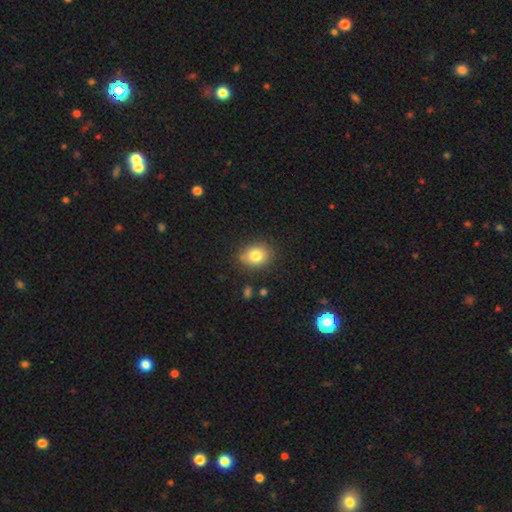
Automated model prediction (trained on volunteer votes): Smooth or featured? Predicted: smooth (p=0.81). How rounded? Predicted: in between (p=0.54). Merging? Predicted: none (p=0.81).